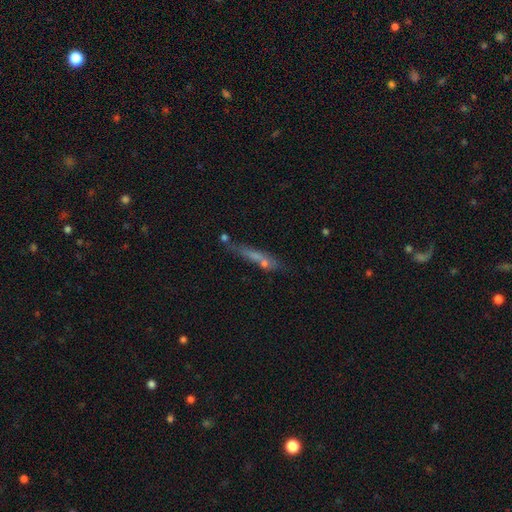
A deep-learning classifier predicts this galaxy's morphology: smooth_or_featured: smooth (p=0.45) [alt: featured or disk p=0.37]
merging: none (p=0.61) [alt: minor disturbance p=0.18]